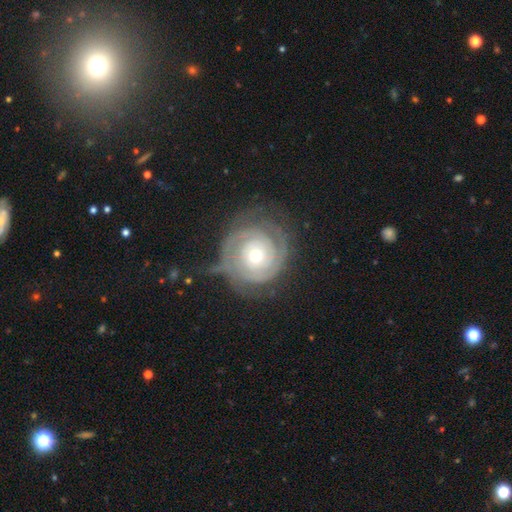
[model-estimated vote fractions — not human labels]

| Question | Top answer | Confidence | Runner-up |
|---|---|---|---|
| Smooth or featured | featured or disk | 85% | smooth (10%) |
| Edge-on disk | no | 97% | yes (3%) |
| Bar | no | 81% | weak (15%) |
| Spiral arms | yes | 94% | no (6%) |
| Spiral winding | tight | 82% | medium (14%) |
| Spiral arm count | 2 | 35% | can't tell (29%) |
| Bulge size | moderate | 52% | small (43%) |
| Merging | none | 66% | minor disturbance (19%) |